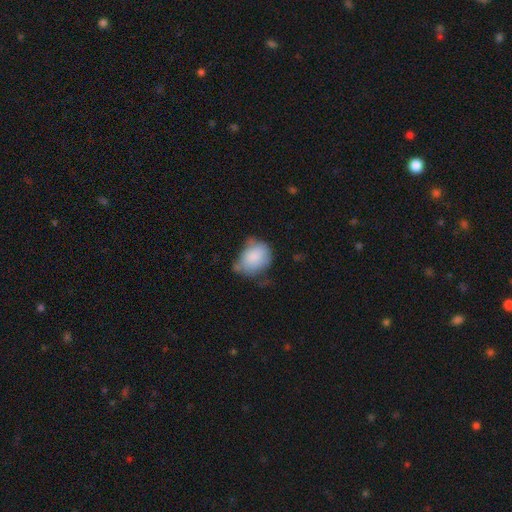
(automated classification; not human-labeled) A smooth galaxy with no disk features (80%) that is in between round and cigar-shaped (59%). Merging: minor disturbance (41%).